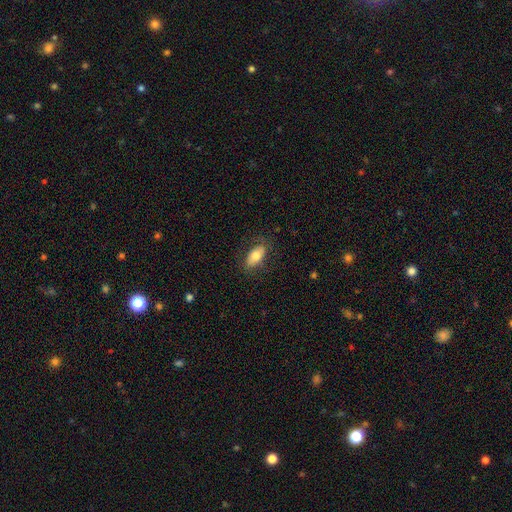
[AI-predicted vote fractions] Morphology: type=smooth (73%); roundness=in between (88%); merging=none (81%).